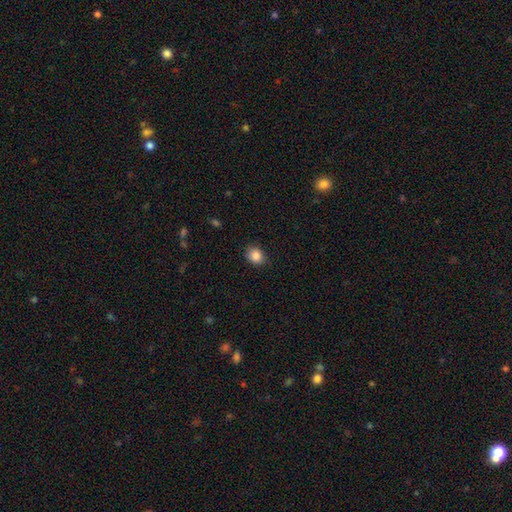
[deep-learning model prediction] Smooth or featured? Predicted: smooth (p=0.86). How rounded? Predicted: round (p=0.65). Merging? Predicted: none (p=0.87).